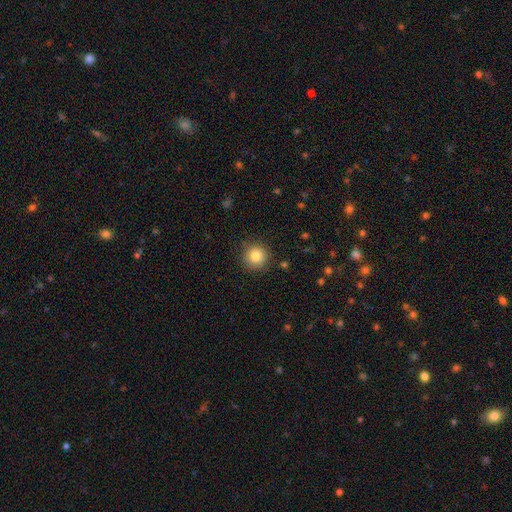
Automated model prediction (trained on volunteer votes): Smooth or featured?
  - smooth: 82% *
  - star or artifact: 10%
  - featured or disk: 8%
How rounded?
  - round: 94% *
  - in between: 5%
  - cigar-shaped: 1%
Merging?
  - none: 88% *
  - minor disturbance: 8%
  - major disturbance: 2%
  - merger: 1%